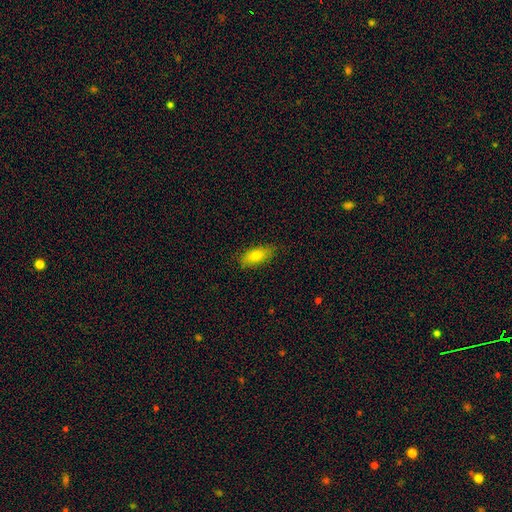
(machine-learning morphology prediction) Smooth or featured? smooth (80%)
How rounded? in between (84%)
Merging? none (81%)